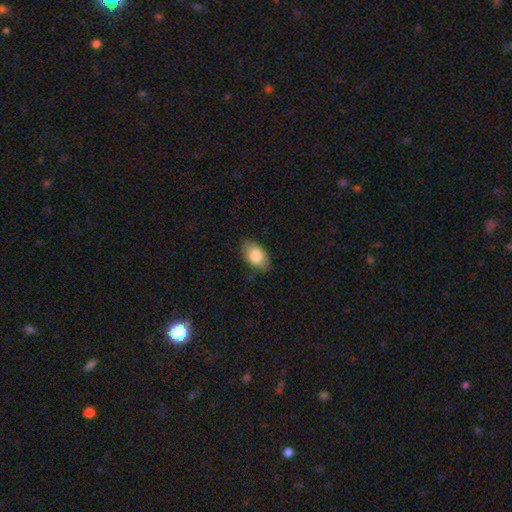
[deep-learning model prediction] smooth_or_featured: smooth (p=0.81) [alt: featured or disk p=0.12]
how_rounded: in between (p=0.91) [alt: round p=0.08]
merging: none (p=0.82) [alt: minor disturbance p=0.14]